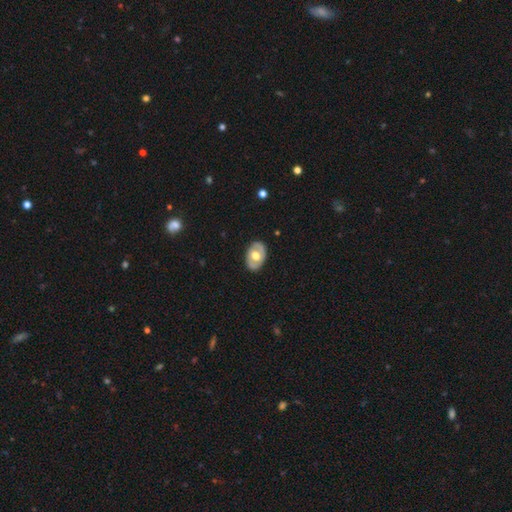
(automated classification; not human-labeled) A featured or disk galaxy (53%). Merging: none (84%).